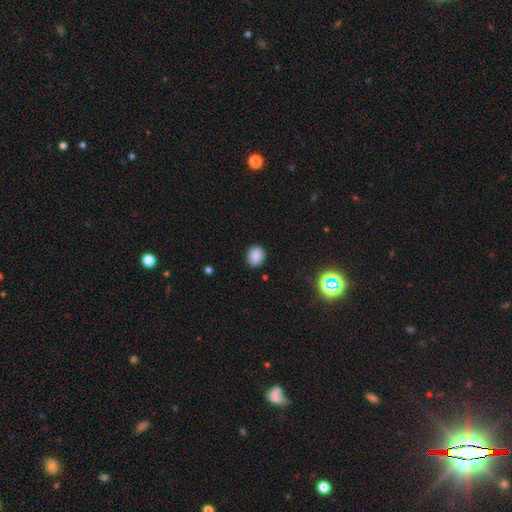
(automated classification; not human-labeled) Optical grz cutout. It shows a smooth galaxy with no disk features (86%) that is round (57%). Merging: none (87%).